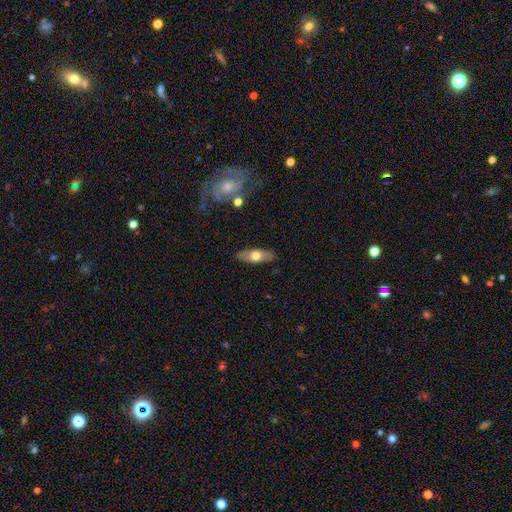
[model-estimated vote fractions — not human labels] Morphology: type=smooth (56%); roundness=in between (67%); merging=none (84%).